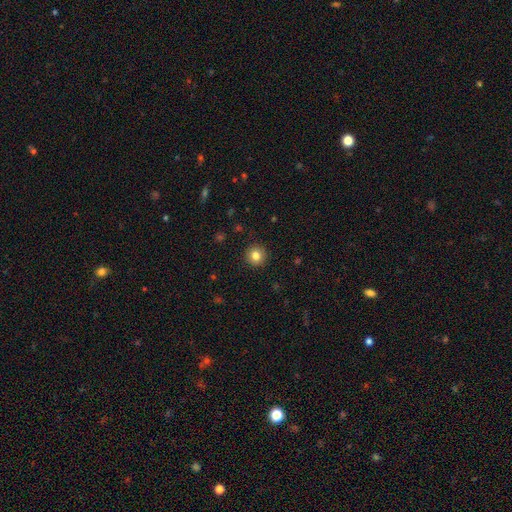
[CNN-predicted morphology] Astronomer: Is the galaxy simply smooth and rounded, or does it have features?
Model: smooth — 83%.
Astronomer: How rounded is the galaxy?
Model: round — 94%.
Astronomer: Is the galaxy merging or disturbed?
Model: none — 92%.